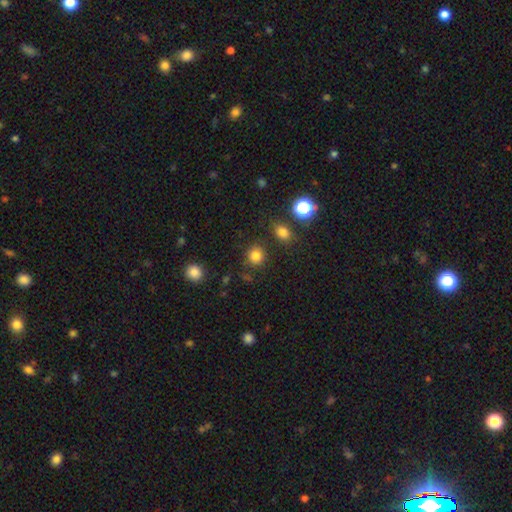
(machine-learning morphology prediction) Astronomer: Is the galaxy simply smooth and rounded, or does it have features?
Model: smooth — 81%.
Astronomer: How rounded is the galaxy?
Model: round — 85%.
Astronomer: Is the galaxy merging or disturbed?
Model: none — 84%.